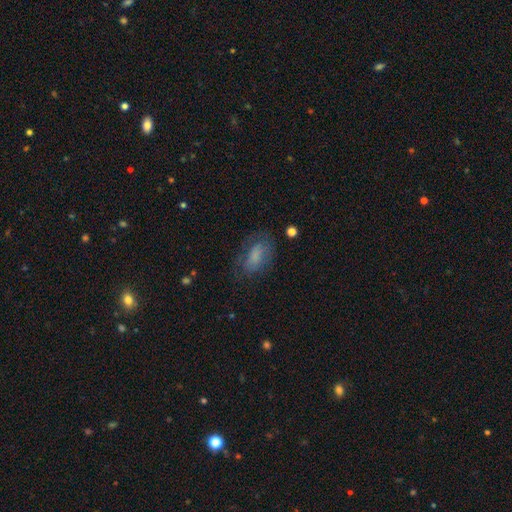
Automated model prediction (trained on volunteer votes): A smooth galaxy with no disk features (65%) that is in between round and cigar-shaped (88%). Merging: none (60%).